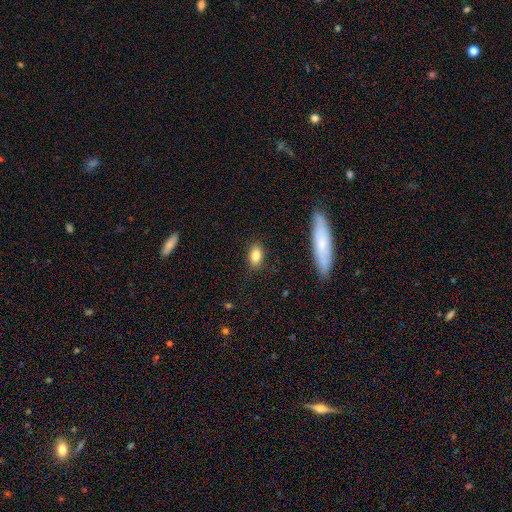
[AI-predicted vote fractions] This is clearly a smooth galaxy (83%). How rounded: clearly in between (82%). Merging: clearly none (86%).